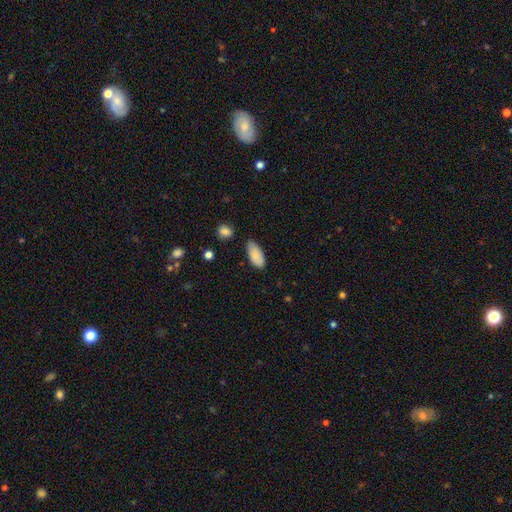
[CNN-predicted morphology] Smooth or featured? smooth (88%)
How rounded? in between (89%)
Merging? none (71%)